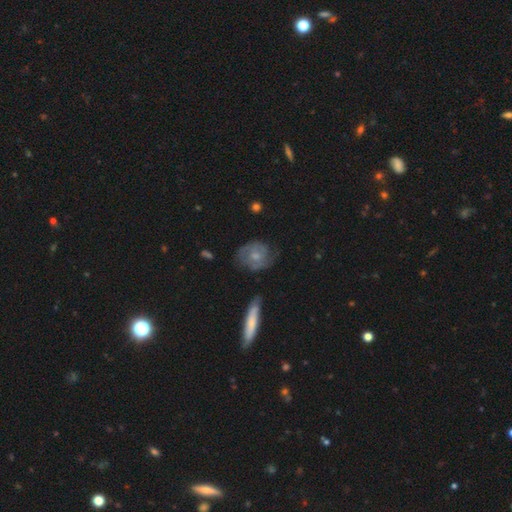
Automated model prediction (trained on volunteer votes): smooth-or-featured: featured or disk: 52% | smooth: 41% | star or artifact: 7%
  disk-edge-on: no: 95% | yes: 5%
  merging: none: 60% | minor disturbance: 25% | major disturbance: 12% | merger: 3%